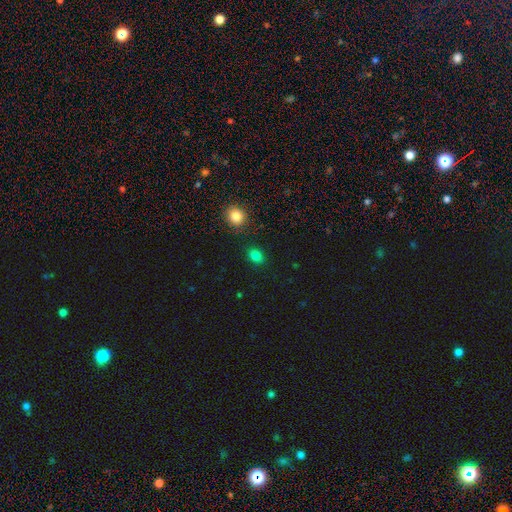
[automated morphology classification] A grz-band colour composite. It shows a smooth galaxy with no disk features (83%) that is in between round and cigar-shaped (52%). Merging: none (87%).